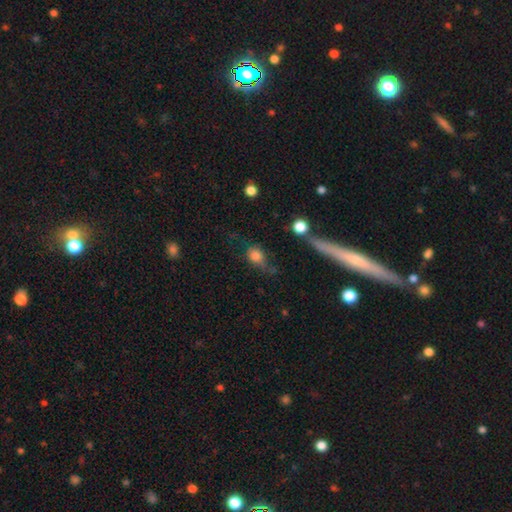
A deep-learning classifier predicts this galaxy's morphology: A smooth galaxy with no disk features (75%) that is round (53%).

Vote fractions:
- Smooth or featured? smooth: 75% / featured or disk: 14% / star or artifact: 11%
- How rounded? round: 53% / in between: 43% / cigar-shaped: 4%
- Merging? none: 41% / minor disturbance: 27% / major disturbance: 23% / merger: 9%